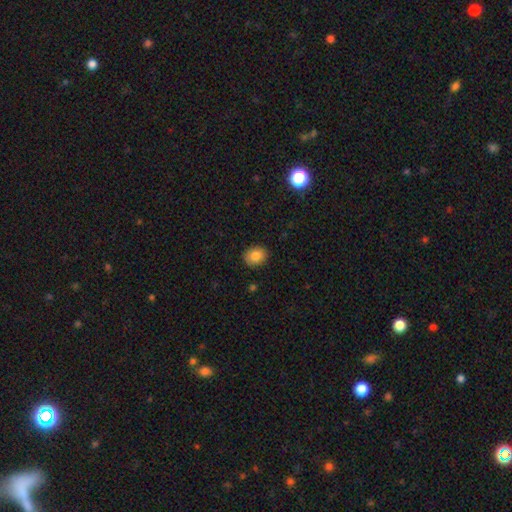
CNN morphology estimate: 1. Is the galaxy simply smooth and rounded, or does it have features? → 82% smooth, 9% star or artifact, 9% featured or disk.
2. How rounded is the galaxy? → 54% round, 45% in between, 1% cigar-shaped.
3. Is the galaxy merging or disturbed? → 87% none, 10% minor disturbance, 2% major disturbance, 1% merger.